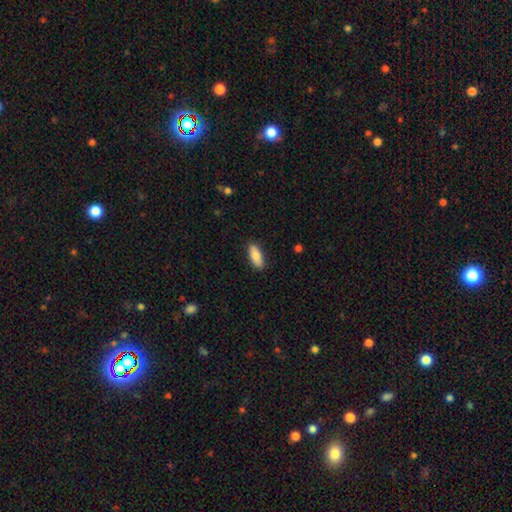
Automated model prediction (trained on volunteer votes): Q: Smooth or featured?
A: smooth (81%); runner-up: featured or disk (13%)
Q: How rounded?
A: in between (78%); runner-up: cigar-shaped (20%)
Q: Merging?
A: none (87%); runner-up: minor disturbance (10%)